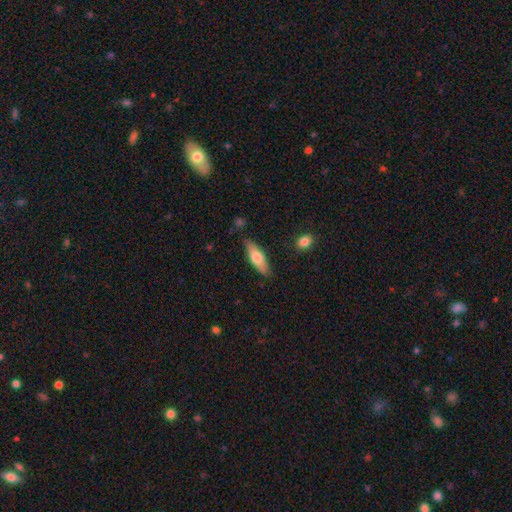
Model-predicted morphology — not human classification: Overall: smooth (64%; featured or disk 30%). How rounded: cigar-shaped (50%; in between 48%). Merging: none (83%).